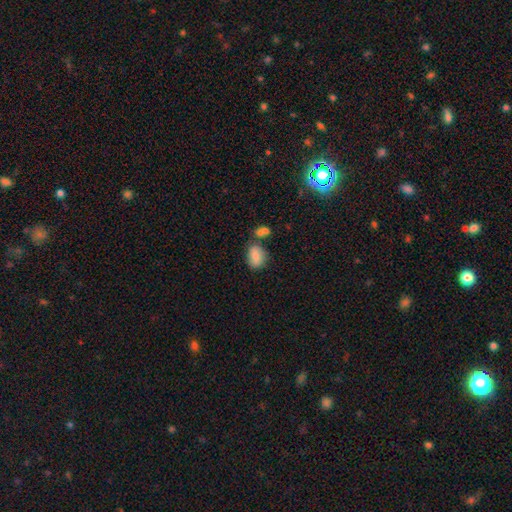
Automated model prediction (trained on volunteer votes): smooth-or-featured: smooth: 81% | featured or disk: 11% | star or artifact: 8%
  how-rounded: in between: 75% | round: 23% | cigar-shaped: 1%
  merging: none: 56% | merger: 23% | minor disturbance: 16% | major disturbance: 5%